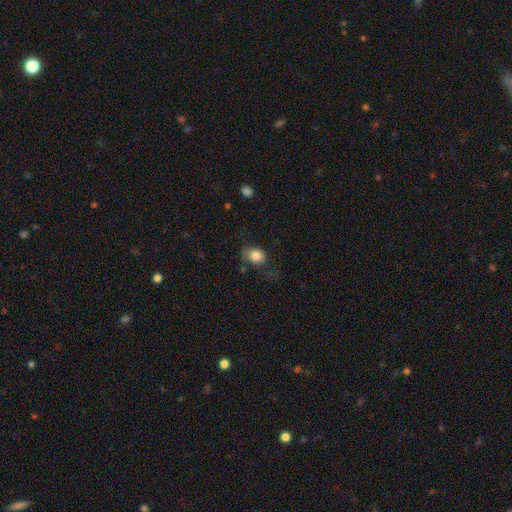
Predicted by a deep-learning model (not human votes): smooth 82%, star or artifact 9%, featured or disk 9%. Down the decision tree: how rounded — round (51%); merging — none (56%).